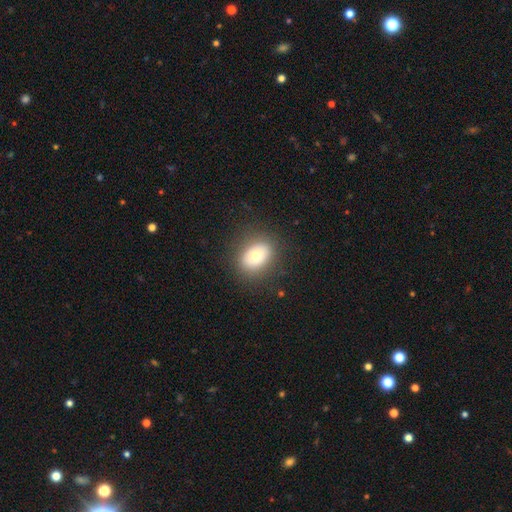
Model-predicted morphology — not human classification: Smooth or featured? smooth (72%)
How rounded? in between (64%)
Merging? none (84%)